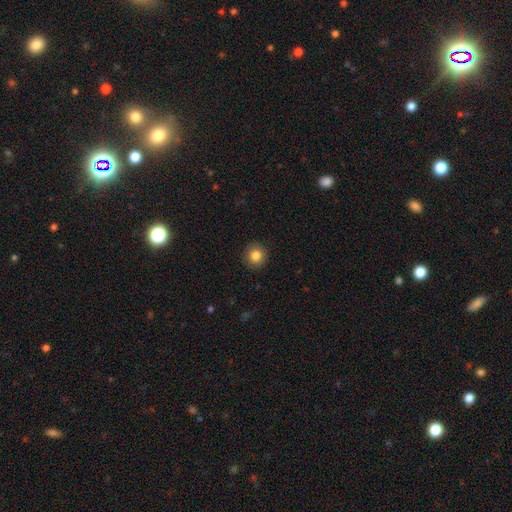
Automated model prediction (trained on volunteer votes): Smooth or featured? smooth (84%)
How rounded? round (93%)
Merging? none (92%)